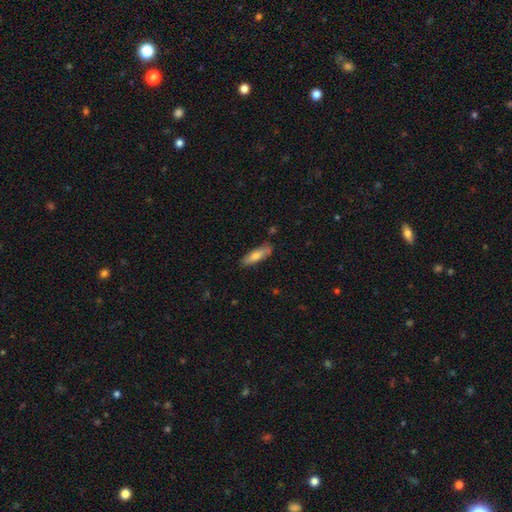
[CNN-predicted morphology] A smooth galaxy with no disk features (73%) that is cigar-shaped (56%).

Vote fractions:
- Smooth or featured? smooth: 73% / featured or disk: 21% / star or artifact: 6%
- How rounded? cigar-shaped: 56% / in between: 42% / round: 2%
- Merging? none: 80% / minor disturbance: 15% / major disturbance: 3% / merger: 2%